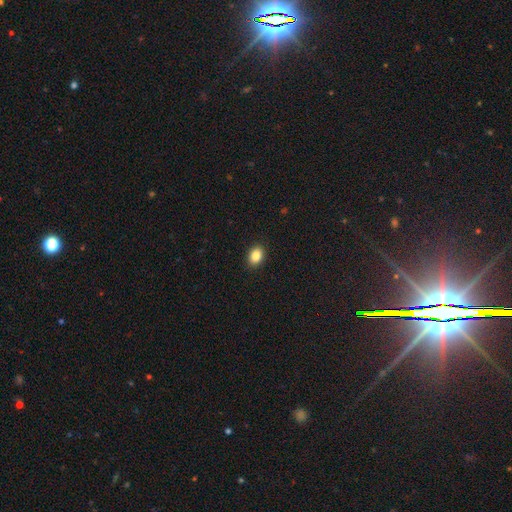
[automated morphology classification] smooth_or_featured: smooth (p=0.85) [alt: star or artifact p=0.09]
how_rounded: in between (p=0.72) [alt: round p=0.27]
merging: none (p=0.91) [alt: minor disturbance p=0.07]